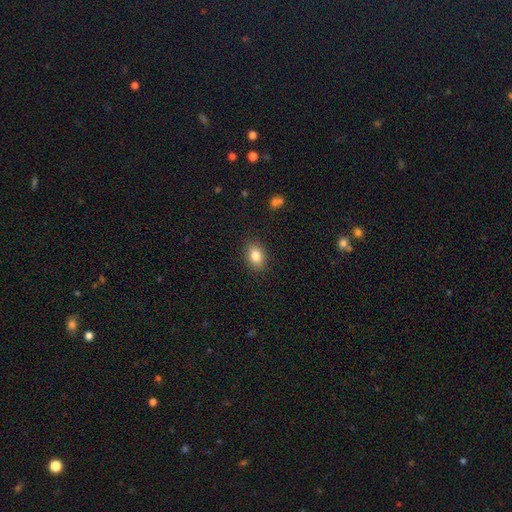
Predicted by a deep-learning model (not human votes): Smooth or featured: smooth — 83% (star or artifact — 9%)
How rounded: in between — 74% (round — 24%)
Merging: none — 88% (minor disturbance — 9%)